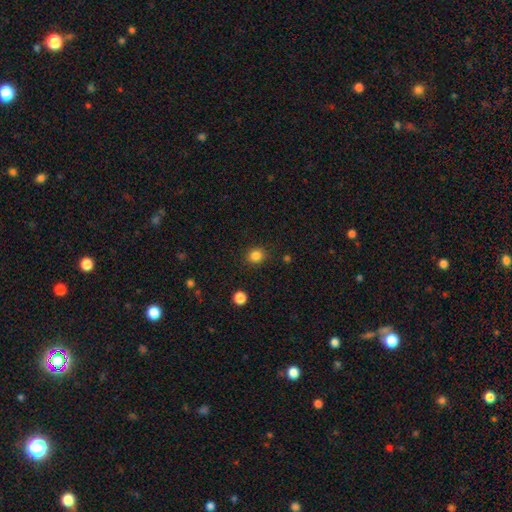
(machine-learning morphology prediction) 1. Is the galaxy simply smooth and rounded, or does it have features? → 83% smooth, 13% star or artifact, 4% featured or disk.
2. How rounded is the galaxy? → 83% round, 16% in between, 1% cigar-shaped.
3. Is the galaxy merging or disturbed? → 88% none, 8% minor disturbance, 3% major disturbance, 2% merger.